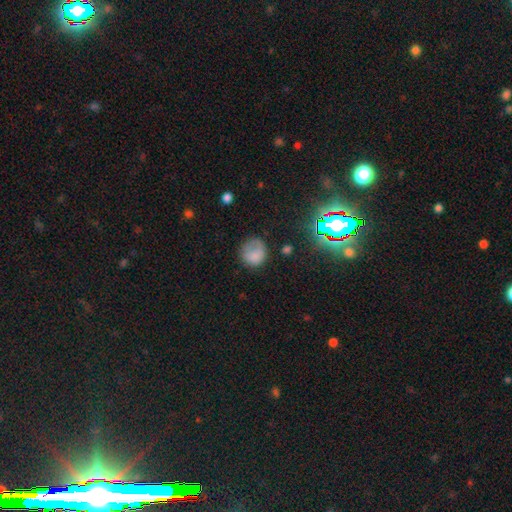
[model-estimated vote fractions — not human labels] Q: Smooth or featured?
A: smooth (77%); runner-up: star or artifact (12%)
Q: How rounded?
A: round (81%); runner-up: in between (18%)
Q: Merging?
A: none (58%); runner-up: minor disturbance (24%)